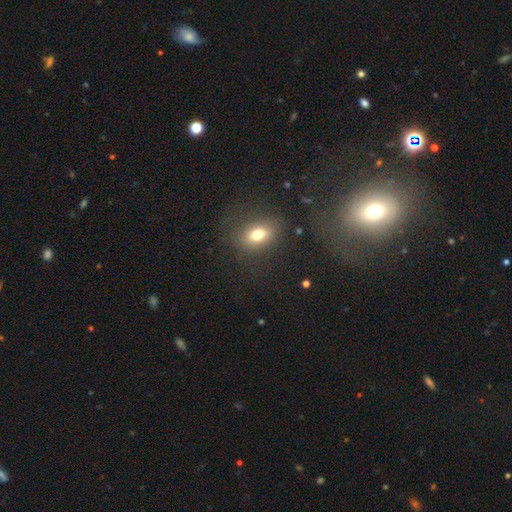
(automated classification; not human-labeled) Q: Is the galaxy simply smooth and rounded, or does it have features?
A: smooth — 50%.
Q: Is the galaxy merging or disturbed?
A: none — 74%.